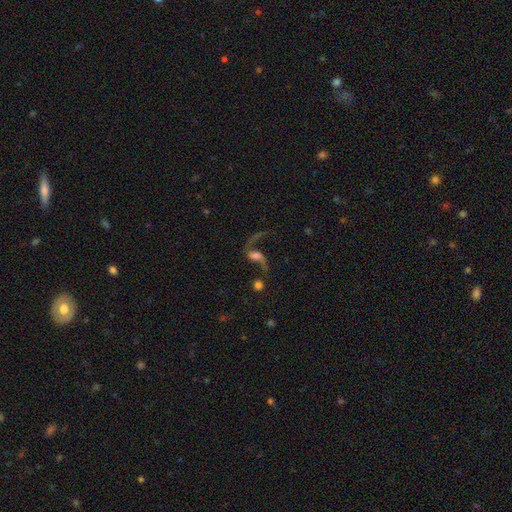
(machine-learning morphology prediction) Smooth or featured? Predicted: featured or disk (p=0.77). Edge-on disk? Predicted: no (p=0.94). Bar? Predicted: no (p=0.52). Spiral arms? Predicted: yes (p=0.91). Spiral winding? Predicted: loose (p=0.90). Spiral arm count? Predicted: 2 (p=0.86). Bulge size? Predicted: moderate (p=0.50). Merging? Predicted: none (p=0.48).